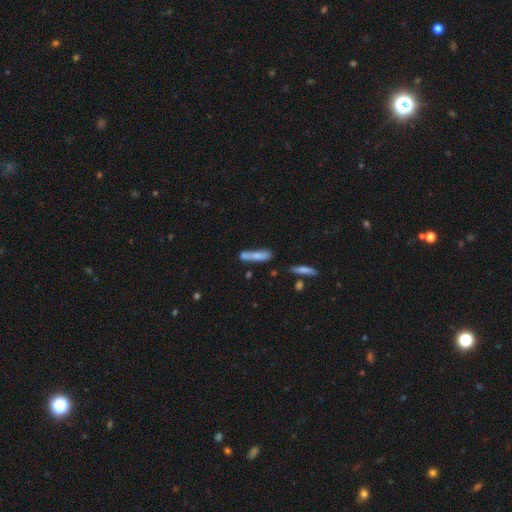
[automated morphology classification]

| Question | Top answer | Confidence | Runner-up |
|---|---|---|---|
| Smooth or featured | smooth | 68% | featured or disk (24%) |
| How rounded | cigar-shaped | 76% | in between (22%) |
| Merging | none | 41% | merger (33%) |